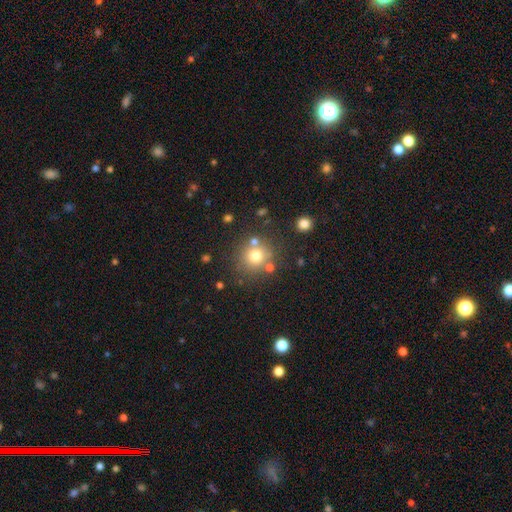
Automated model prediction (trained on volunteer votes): Smooth or featured: smooth — 73% (star or artifact — 15%)
How rounded: round — 90% (in between — 9%)
Merging: none — 74% (merger — 11%)